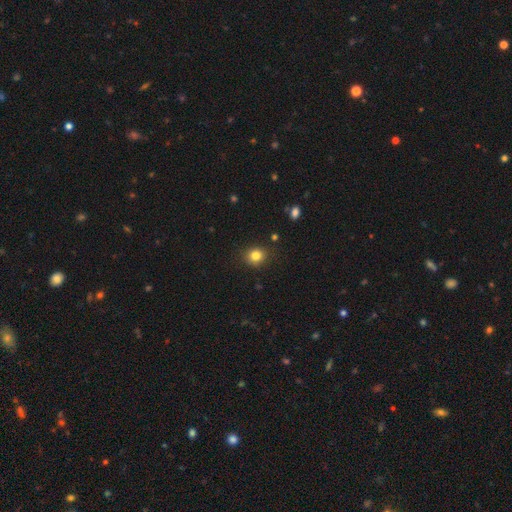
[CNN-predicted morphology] Smooth or featured? smooth (82%)
How rounded? round (75%)
Merging? none (87%)